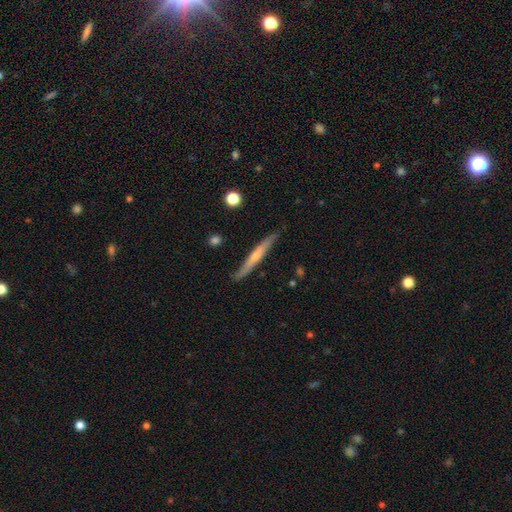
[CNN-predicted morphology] Smooth or featured: featured or disk — 56% (smooth — 39%)
Edge-on disk: yes — 94% (no — 6%)
Edge-on bulge: rounded — 56% (none — 39%)
Merging: none — 83% (minor disturbance — 13%)